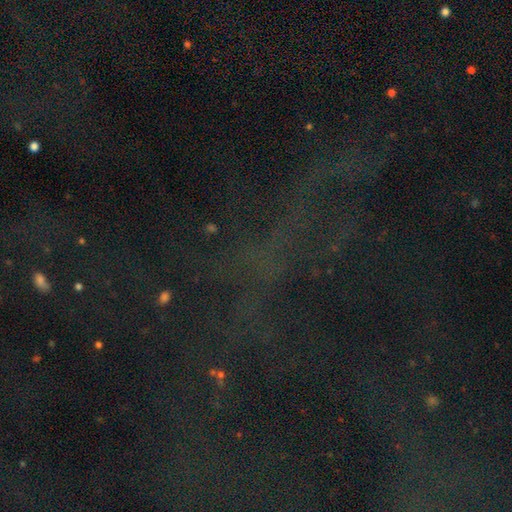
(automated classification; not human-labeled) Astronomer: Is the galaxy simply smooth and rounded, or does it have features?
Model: star or artifact — 77%.